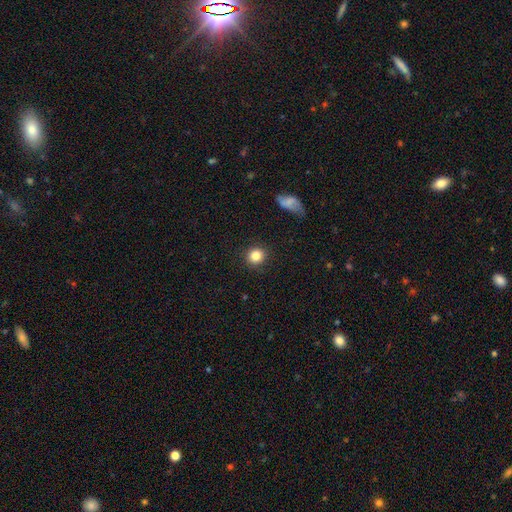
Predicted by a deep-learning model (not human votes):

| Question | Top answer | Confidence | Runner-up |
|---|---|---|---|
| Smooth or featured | smooth | 84% | star or artifact (10%) |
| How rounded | round | 89% | in between (10%) |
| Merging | none | 90% | minor disturbance (7%) |